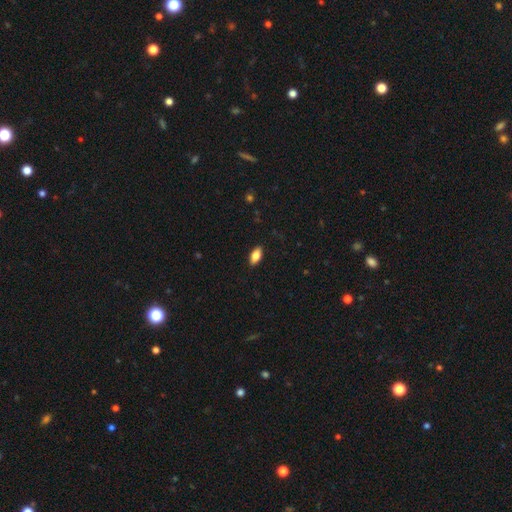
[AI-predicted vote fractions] Smooth or featured: smooth — 81% (featured or disk — 12%)
How rounded: in between — 90% (cigar-shaped — 6%)
Merging: none — 89% (minor disturbance — 8%)